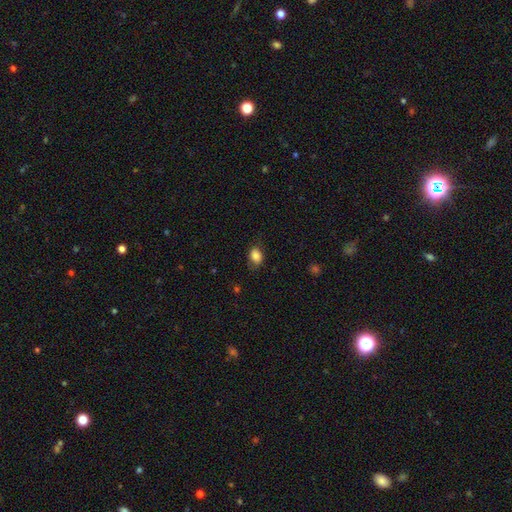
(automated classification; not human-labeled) smooth-or-featured: smooth: 84% | star or artifact: 9% | featured or disk: 7%
  how-rounded: in between: 72% | round: 27% | cigar-shaped: 1%
  merging: none: 70% | minor disturbance: 22% | major disturbance: 7% | merger: 1%